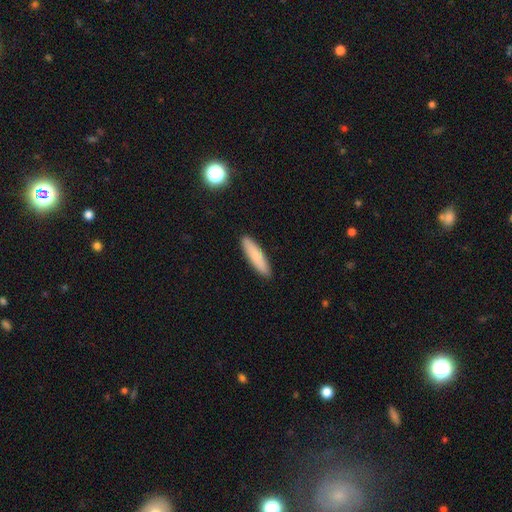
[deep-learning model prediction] A smooth galaxy with no disk features (80%) that is cigar-shaped (80%).

Vote fractions:
- Smooth or featured? smooth: 80% / featured or disk: 14% / star or artifact: 6%
- How rounded? cigar-shaped: 80% / in between: 19% / round: 1%
- Merging? none: 90% / minor disturbance: 7% / major disturbance: 1% / merger: 1%